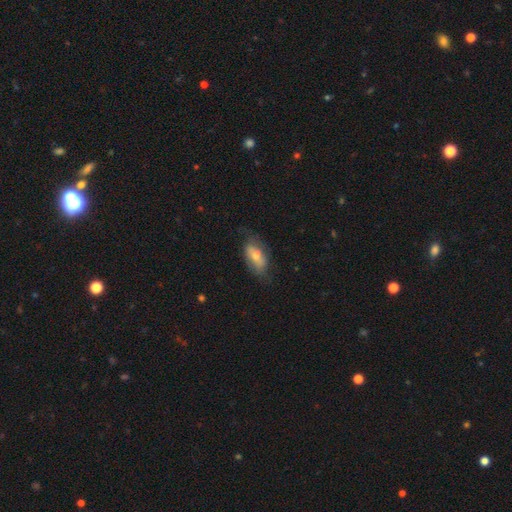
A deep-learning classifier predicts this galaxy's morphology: A smooth galaxy with no disk features (51%) that is in between round and cigar-shaped (86%). Merging: none (64%).